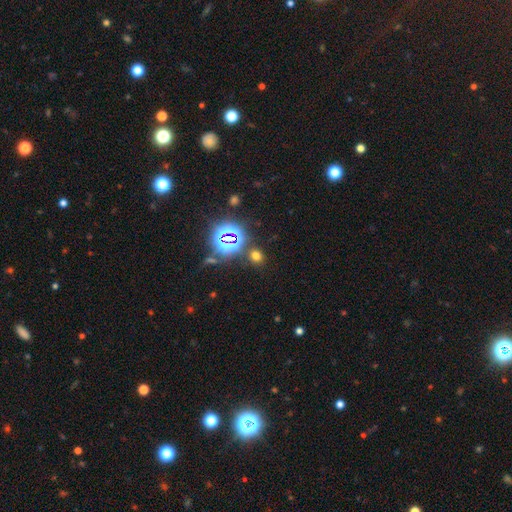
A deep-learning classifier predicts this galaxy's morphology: Smooth or featured: smooth — 58% (star or artifact — 35%)
How rounded: round — 74% (in between — 25%)
Merging: none — 84% (minor disturbance — 8%)